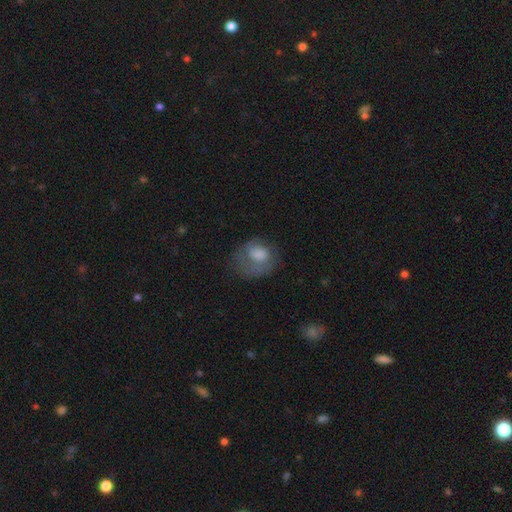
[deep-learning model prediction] Q: Smooth or featured?
A: smooth (63%); runner-up: featured or disk (27%)
Q: How rounded?
A: round (54%); runner-up: in between (45%)
Q: Merging?
A: none (40%); runner-up: major disturbance (32%)